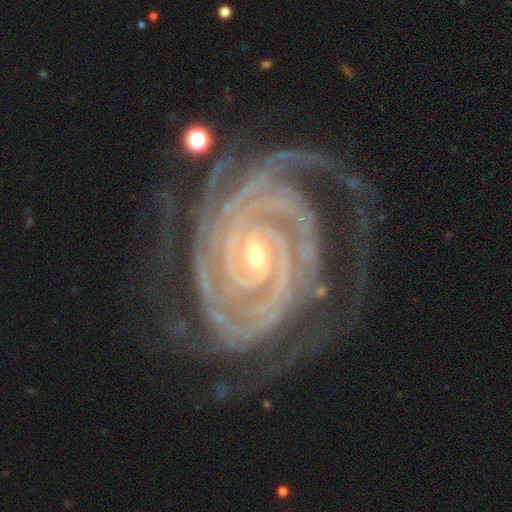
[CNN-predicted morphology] Smooth or featured? featured or disk (94%)
Edge-on disk? no (98%)
Bar? no (38%)
Spiral arms? yes (99%)
Spiral winding? tight (86%)
Spiral arm count? 2 (23%, tied with 3)
Bulge size? small (59%)
Merging? none (67%)